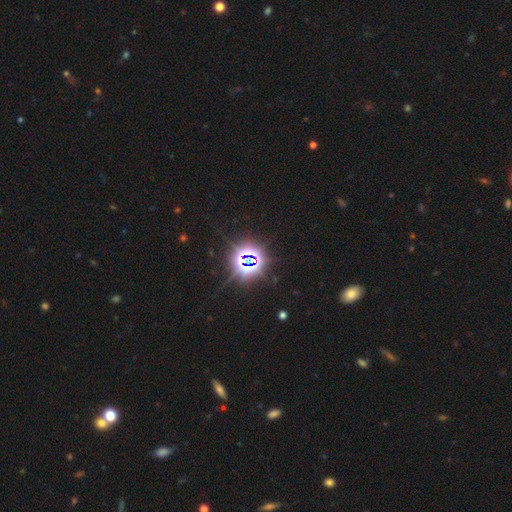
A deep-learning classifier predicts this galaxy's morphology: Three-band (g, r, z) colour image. It shows a star or artifact, not a galaxy (81%).